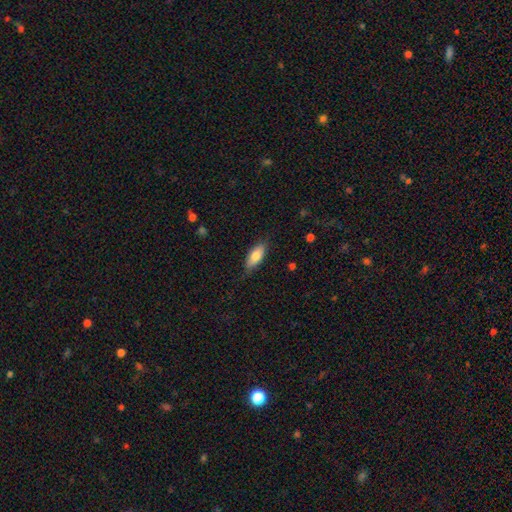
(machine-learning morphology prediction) The model was most divided on "how rounded": in between: 79%, cigar-shaped: 19%, round: 2%. More confident: merging — none (80%); smooth or featured — smooth (77%).